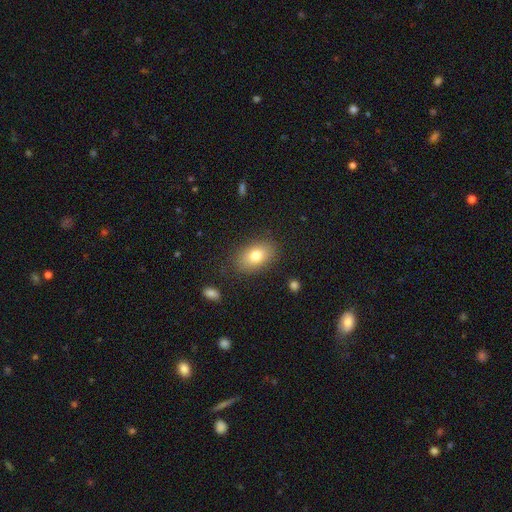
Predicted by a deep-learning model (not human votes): The model was most divided on "smooth or featured": smooth: 79%, featured or disk: 13%, star or artifact: 8%. More confident: how rounded — in between (86%); merging — none (84%).